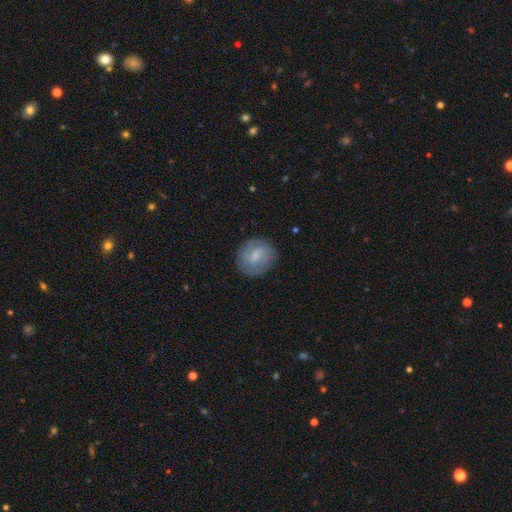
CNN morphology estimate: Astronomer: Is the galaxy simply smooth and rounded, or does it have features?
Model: smooth — 55% (runner-up: featured or disk, 37%).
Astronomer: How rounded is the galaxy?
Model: round — 81%.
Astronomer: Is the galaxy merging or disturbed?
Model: none — 82%.